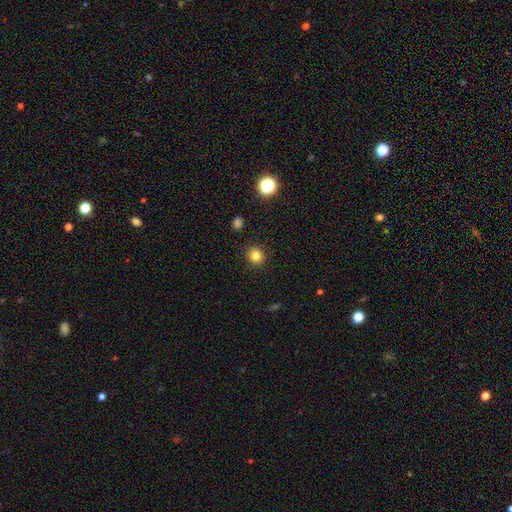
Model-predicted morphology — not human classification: Smooth or featured?
  - smooth: 81% *
  - star or artifact: 13%
  - featured or disk: 5%
How rounded?
  - round: 89% *
  - in between: 10%
  - cigar-shaped: 1%
Merging?
  - none: 91% *
  - minor disturbance: 6%
  - major disturbance: 2%
  - merger: 1%